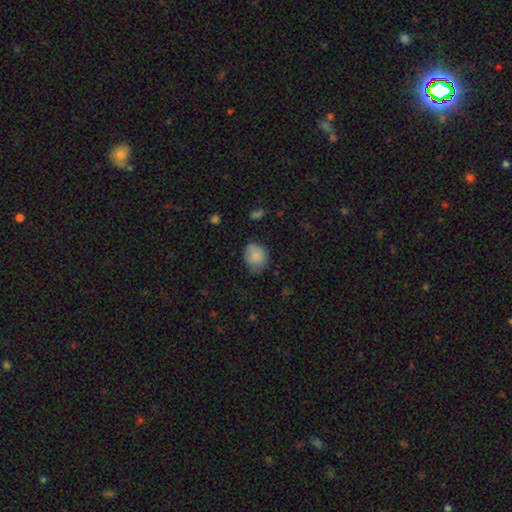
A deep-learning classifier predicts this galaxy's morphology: This appears to be a smooth galaxy with no disk features (81%) that is in between round and cigar-shaped (53%). Merging: none (50%).